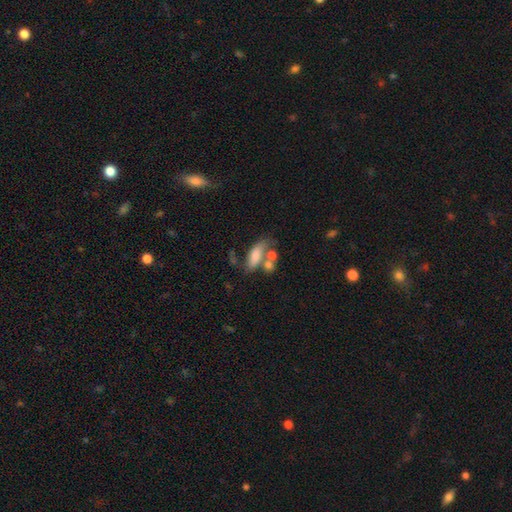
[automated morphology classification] Smooth or featured?
  - smooth: 62% *
  - featured or disk: 30%
  - star or artifact: 9%
How rounded?
  - in between: 75% *
  - cigar-shaped: 19%
  - round: 6%
Merging?
  - merger: 35% *
  - none: 33%
  - minor disturbance: 17%
  - major disturbance: 15%